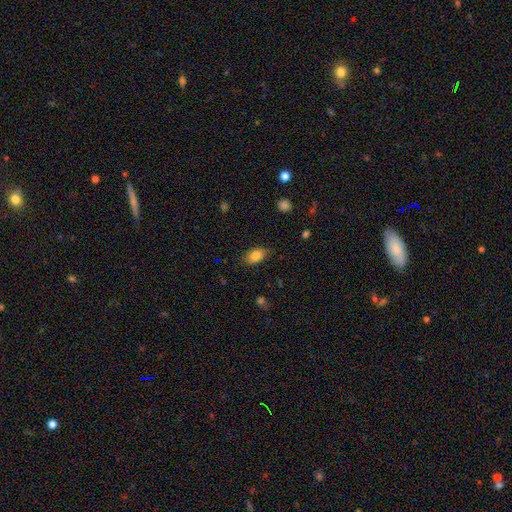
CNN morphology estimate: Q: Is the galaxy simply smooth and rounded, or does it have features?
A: smooth — 83%.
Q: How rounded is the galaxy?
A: in between — 87%.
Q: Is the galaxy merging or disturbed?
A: none — 79%.